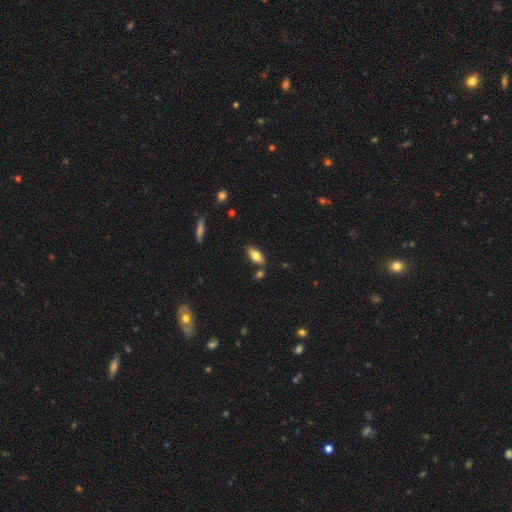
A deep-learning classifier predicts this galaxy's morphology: Smooth or featured? Predicted: smooth (p=0.73). How rounded? Predicted: in between (p=0.85). Merging? Predicted: none (p=0.79).